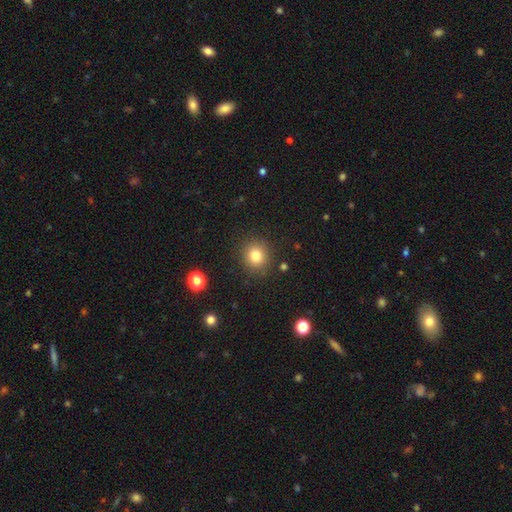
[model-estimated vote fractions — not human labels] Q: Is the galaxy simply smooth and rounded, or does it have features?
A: smooth — 81%.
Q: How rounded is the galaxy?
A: round — 86%.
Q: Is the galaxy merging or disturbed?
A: none — 88%.